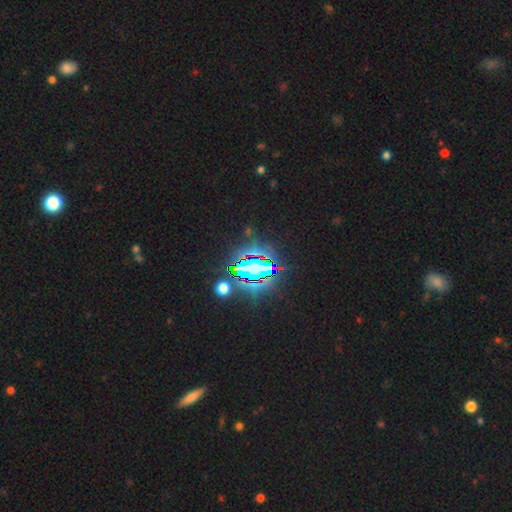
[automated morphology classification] The model was most divided on "smooth or featured": star or artifact: 82%, smooth: 11%, featured or disk: 7%.